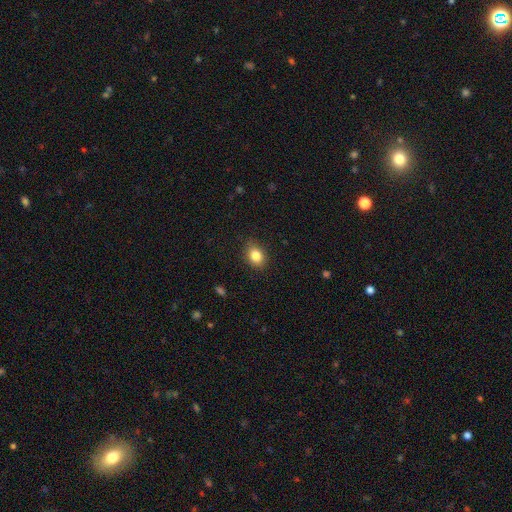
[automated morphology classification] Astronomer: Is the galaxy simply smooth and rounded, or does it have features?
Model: smooth — 84%.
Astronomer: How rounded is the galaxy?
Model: in between — 62%.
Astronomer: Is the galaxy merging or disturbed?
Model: none — 84%.